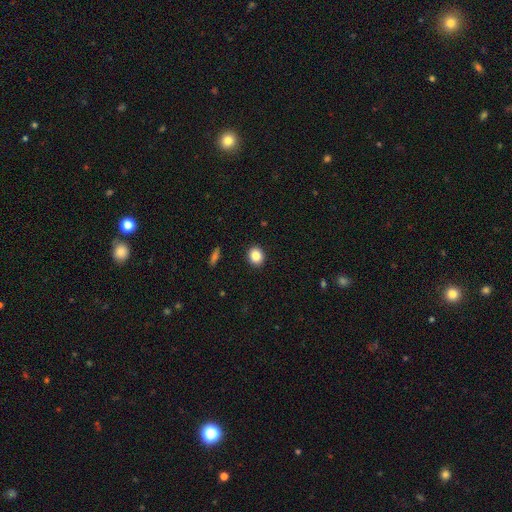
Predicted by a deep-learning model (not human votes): Smooth or featured? smooth (85%)
How rounded? round (68%)
Merging? none (91%)